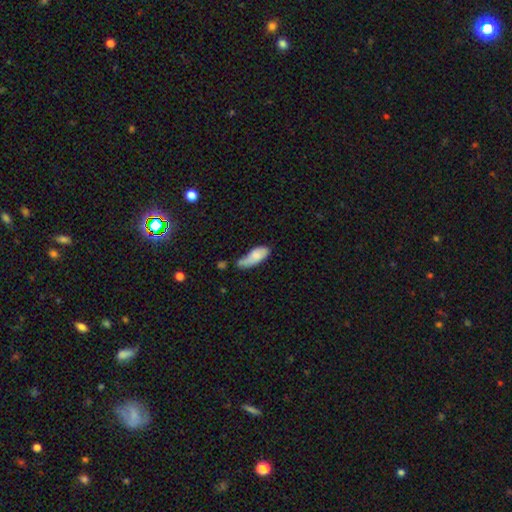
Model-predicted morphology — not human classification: A smooth galaxy with no disk features (77%) that is in between round and cigar-shaped (73%). Merging: minor disturbance (36%).